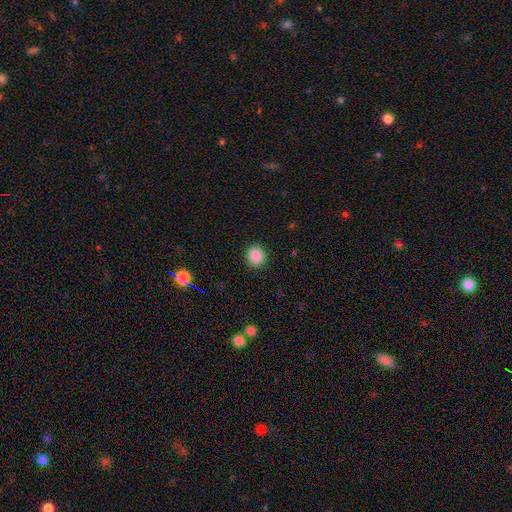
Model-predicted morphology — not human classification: This is clearly a smooth galaxy (87%). How rounded: clearly round (83%). Merging: clearly none (90%).